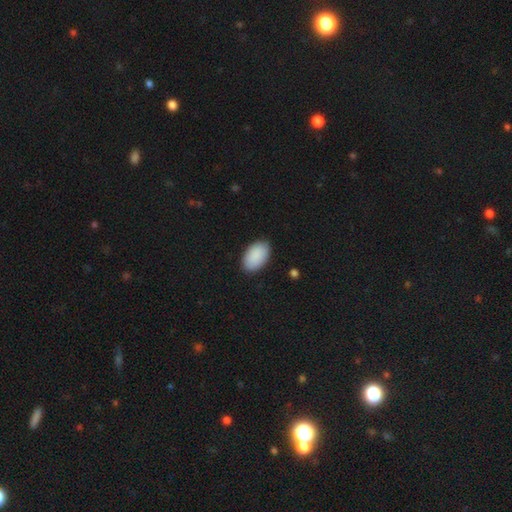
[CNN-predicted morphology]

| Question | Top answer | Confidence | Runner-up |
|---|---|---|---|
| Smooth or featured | smooth | 90% | star or artifact (6%) |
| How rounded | in between | 94% | round (5%) |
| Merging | none | 85% | minor disturbance (12%) |